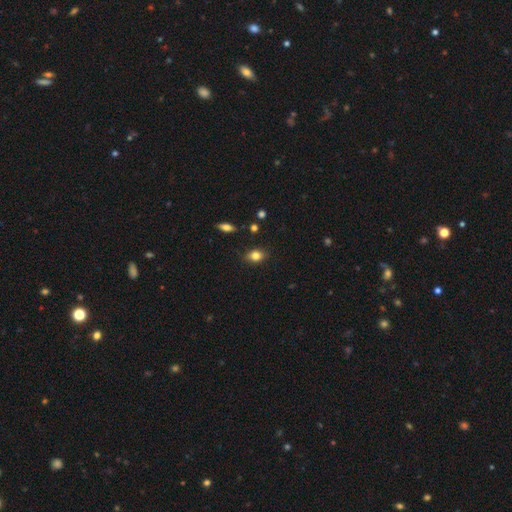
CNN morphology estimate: smooth 80%, star or artifact 10%, featured or disk 10%. Down the decision tree: how rounded — in between (70%); merging — none (84%).